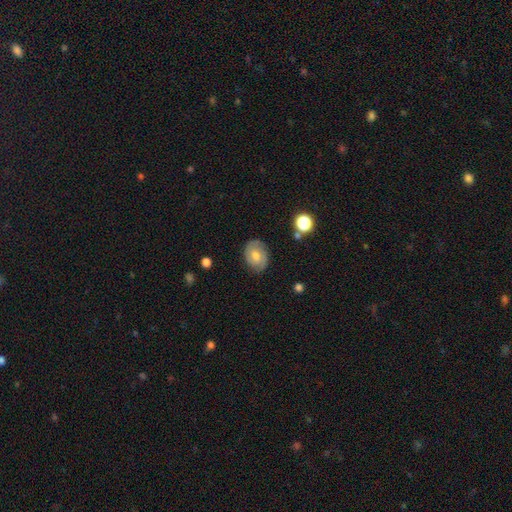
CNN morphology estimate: Smooth or featured: featured or disk — 55% (smooth — 36%)
Edge-on disk: no — 96% (yes — 4%)
Bar: no — 64% (weak — 31%)
Spiral arms: yes — 82% (no — 18%)
Bulge size: moderate — 67% (small — 24%)
Merging: none — 79% (minor disturbance — 15%)